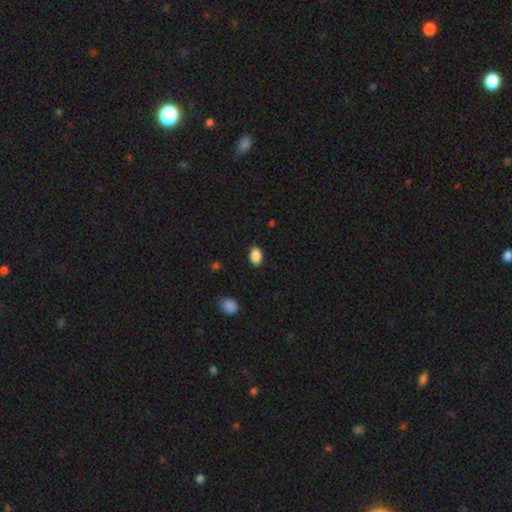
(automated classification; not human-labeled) smooth 88%, star or artifact 8%, featured or disk 4%. Down the decision tree: how rounded — in between (89%); merging — none (85%).